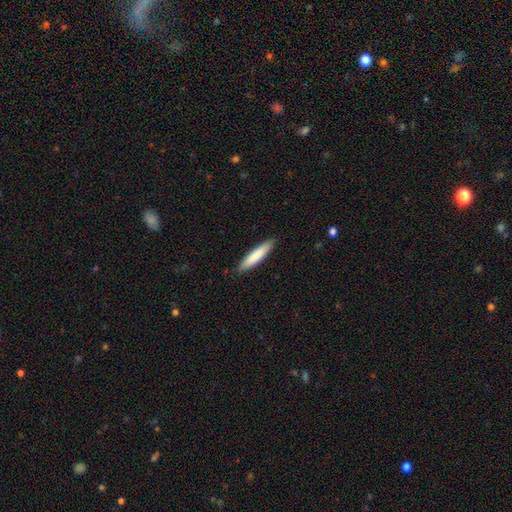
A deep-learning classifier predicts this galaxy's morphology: type=smooth (81%); roundness=cigar-shaped (85%); merging=none (88%).